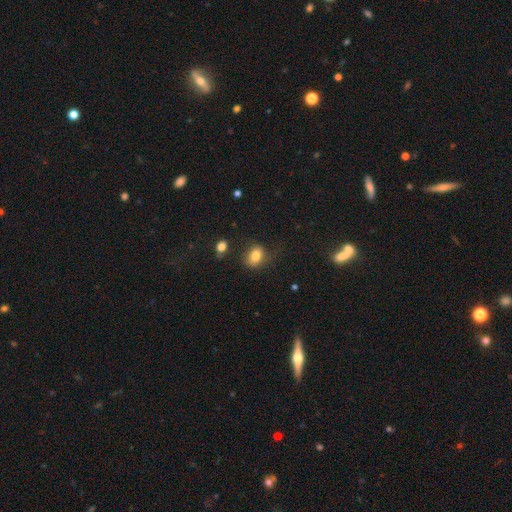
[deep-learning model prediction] A smooth galaxy with no disk features (80%) that is in between round and cigar-shaped (67%). Merging: none (63%).